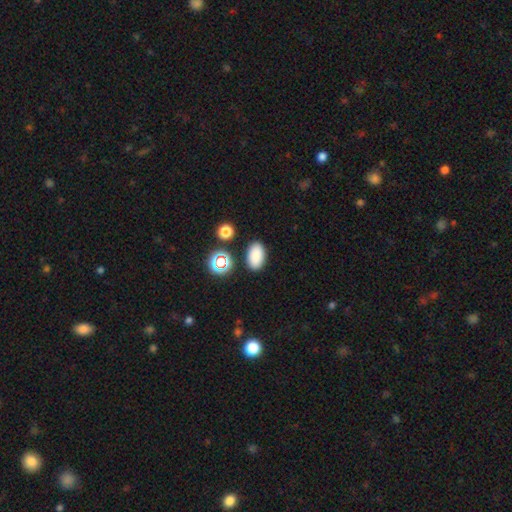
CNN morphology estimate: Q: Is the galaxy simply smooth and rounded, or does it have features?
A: smooth — 83%.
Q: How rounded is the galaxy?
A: in between — 91%.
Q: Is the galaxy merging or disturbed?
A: none — 85%.